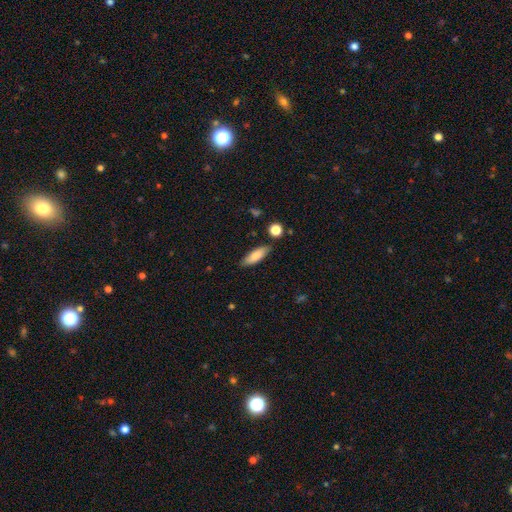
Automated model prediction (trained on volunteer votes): smooth 80%, featured or disk 13%, star or artifact 7%. Down the decision tree: how rounded — in between (58%); merging — none (82%).